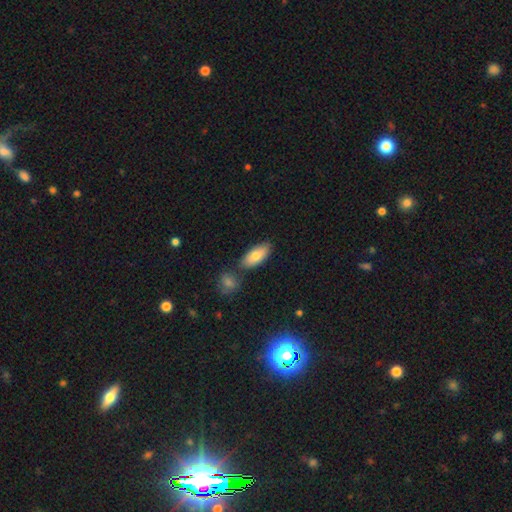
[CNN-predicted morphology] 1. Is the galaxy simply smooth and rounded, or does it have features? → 78% smooth, 15% featured or disk, 6% star or artifact.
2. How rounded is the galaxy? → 85% in between, 12% cigar-shaped, 3% round.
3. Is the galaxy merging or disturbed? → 73% none, 12% minor disturbance, 12% merger, 3% major disturbance.